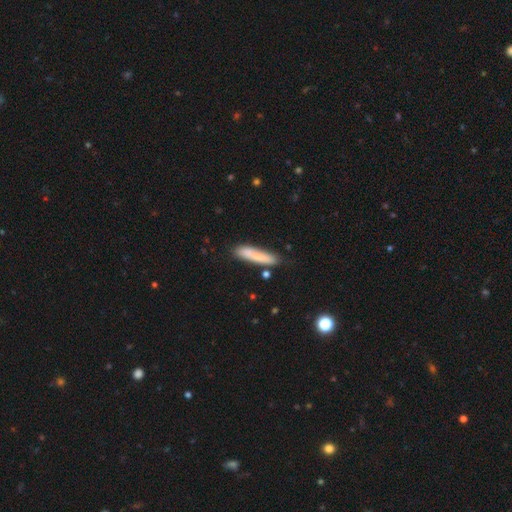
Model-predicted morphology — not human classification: Overall: smooth (78%). How rounded: cigar-shaped (86%). Merging: none (77%).